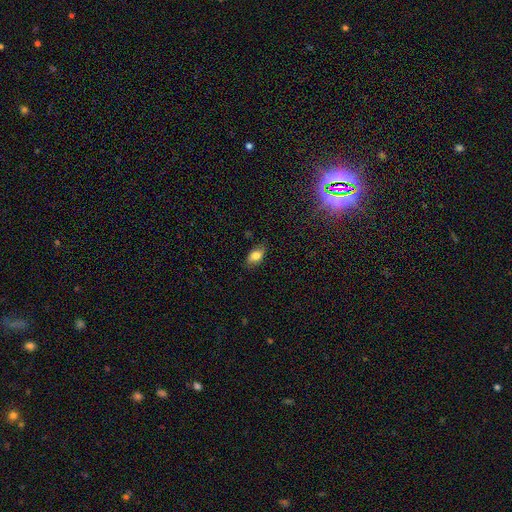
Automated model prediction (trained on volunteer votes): Overall: smooth (79%). How rounded: in between (88%). Merging: none (78%).